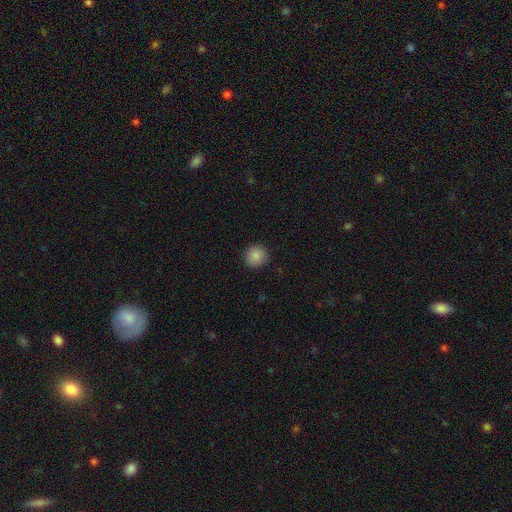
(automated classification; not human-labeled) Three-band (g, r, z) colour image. It shows a smooth galaxy with no disk features (87%) that is round (92%). Merging: none (90%).